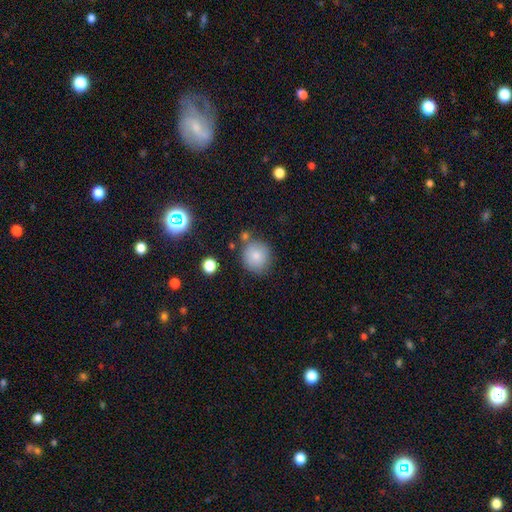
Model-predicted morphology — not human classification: Smooth or featured? Predicted: smooth (p=0.82). How rounded? Predicted: round (p=0.89). Merging? Predicted: none (p=0.75).